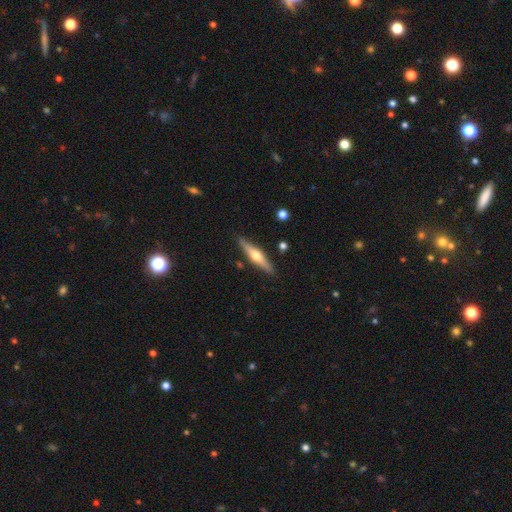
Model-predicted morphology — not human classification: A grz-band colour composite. It shows a featured or disk galaxy (60%) viewed edge-on (95%) with a rounded central bulge (93%). Merging: none (88%).